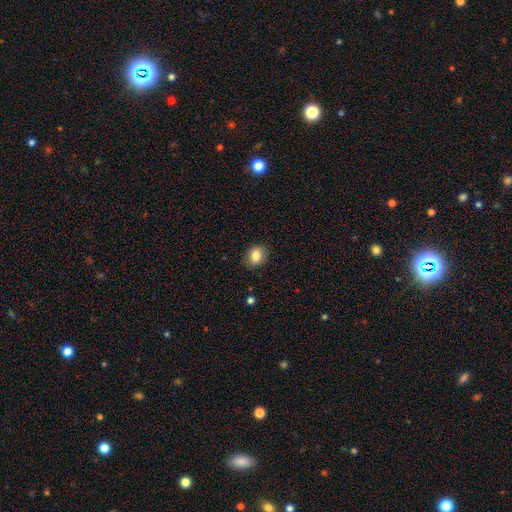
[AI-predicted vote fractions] Smooth or featured?
  - smooth: 83% *
  - star or artifact: 9%
  - featured or disk: 8%
How rounded?
  - in between: 52% *
  - round: 47%
  - cigar-shaped: 1%
Merging?
  - none: 86% *
  - minor disturbance: 11%
  - major disturbance: 3%
  - merger: 1%